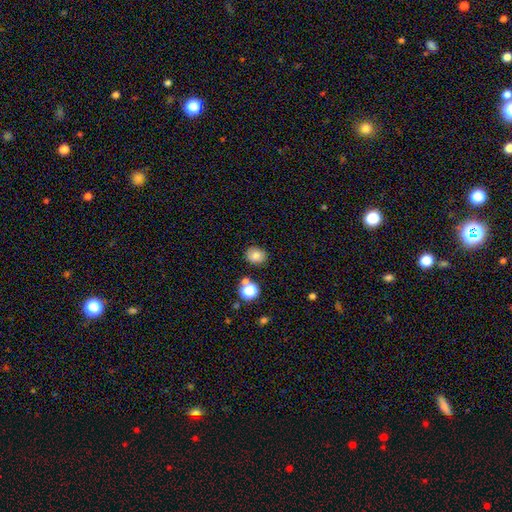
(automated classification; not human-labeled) Morphology: type=smooth (79%); roundness=round (61%); merging=none (80%).